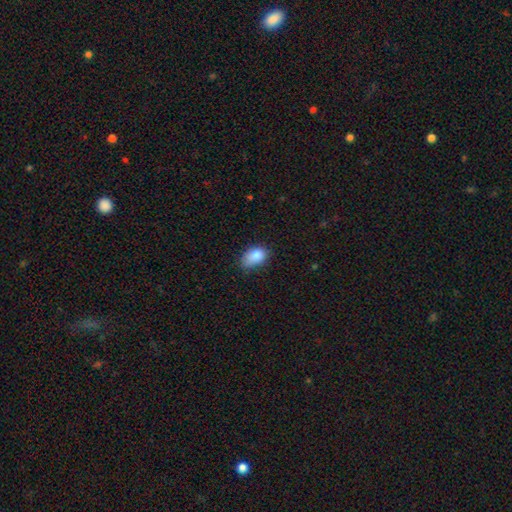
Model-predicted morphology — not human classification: Smooth or featured? smooth (85%)
How rounded? in between (84%)
Merging? none (54%)